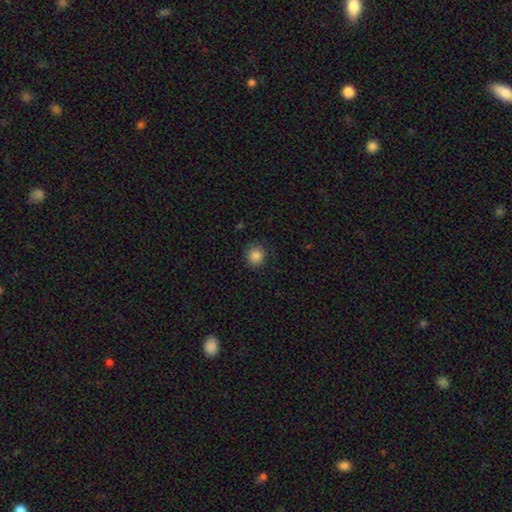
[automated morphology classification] Smooth or featured? Predicted: smooth (p=0.86). How rounded? Predicted: round (p=0.87). Merging? Predicted: none (p=0.86).